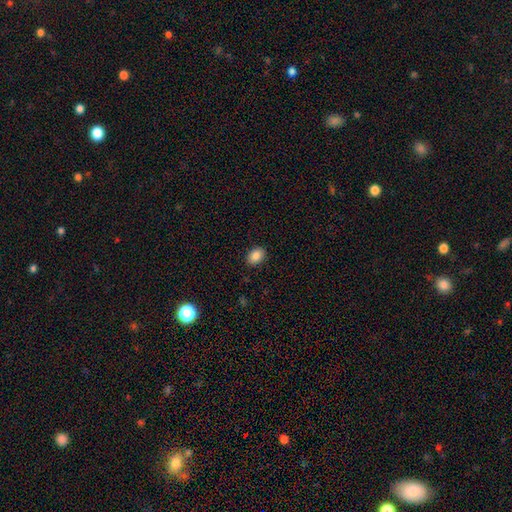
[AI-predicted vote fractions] Morphology: type=smooth (87%); roundness=in between (77%); merging=none (89%).